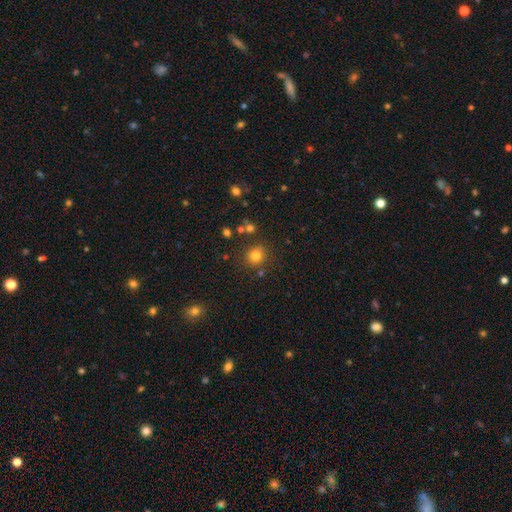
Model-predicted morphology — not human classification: The model was most divided on "smooth or featured": smooth: 79%, star or artifact: 14%, featured or disk: 7%. More confident: how rounded — round (85%); merging — none (82%).